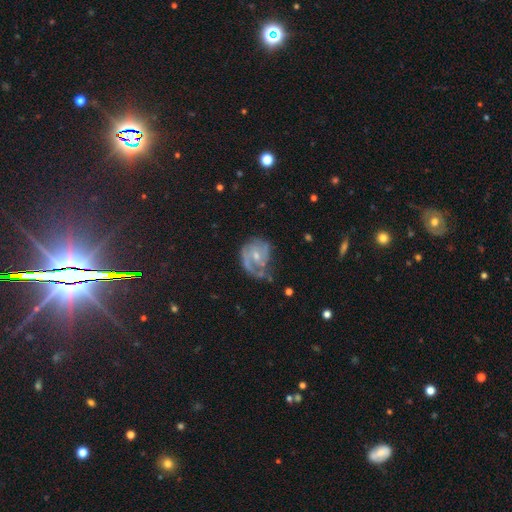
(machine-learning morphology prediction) The model was most divided on "spiral winding" (2-way tie): medium: 41%, tight: 41%, loose: 18%. Remaining: edge-on disk — no (98%); spiral arms — yes (90%); smooth or featured — featured or disk (80%); bar — no (56%); bulge size — small (56%); merging — none (48%); spiral arm count — 2 (43%).